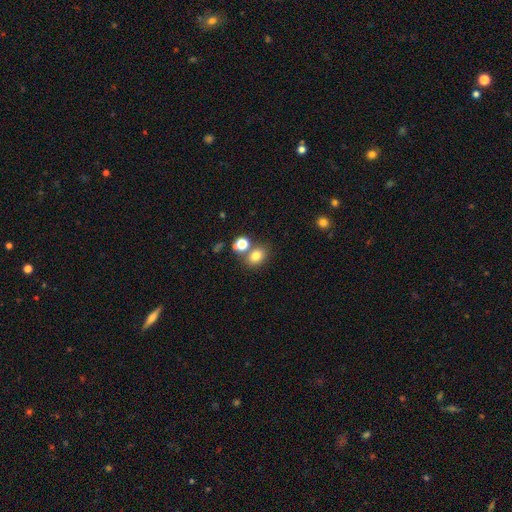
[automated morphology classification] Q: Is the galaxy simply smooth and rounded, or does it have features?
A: smooth — 78%.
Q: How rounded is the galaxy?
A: in between — 51%.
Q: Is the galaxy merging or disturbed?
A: none — 65%.